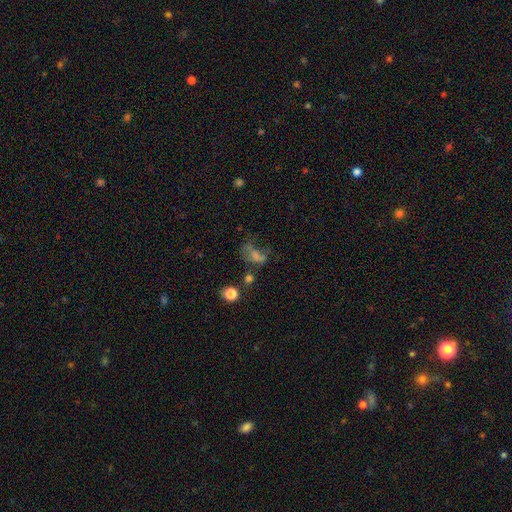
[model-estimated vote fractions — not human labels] featured or disk 34% (tied), smooth 34% (tied), star or artifact 32%. Down the decision tree: merging — major disturbance (39%).